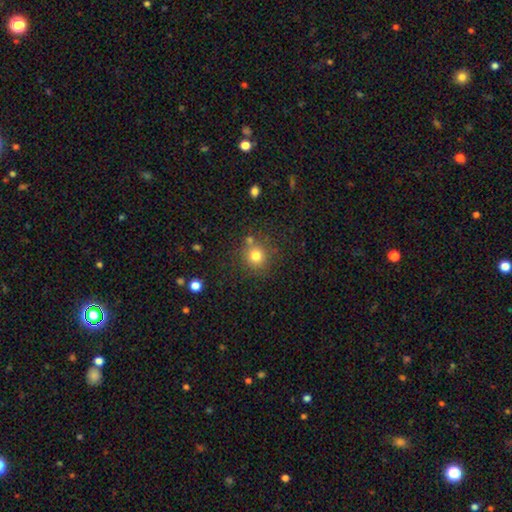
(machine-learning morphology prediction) Overall: smooth (78%). How rounded: round (90%). Merging: none (77%).